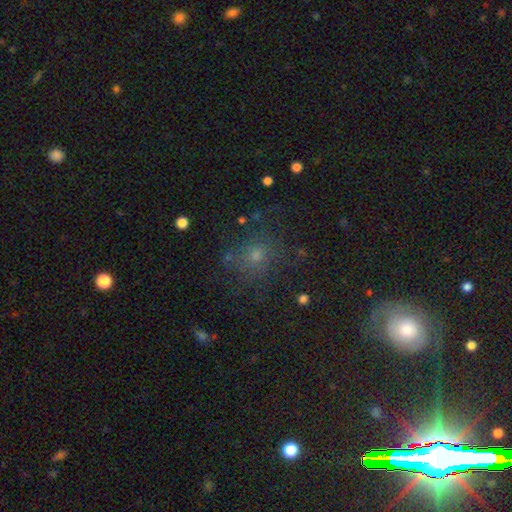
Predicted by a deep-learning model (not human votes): Smooth or featured? smooth (62%)
How rounded? round (81%)
Merging? none (76%)